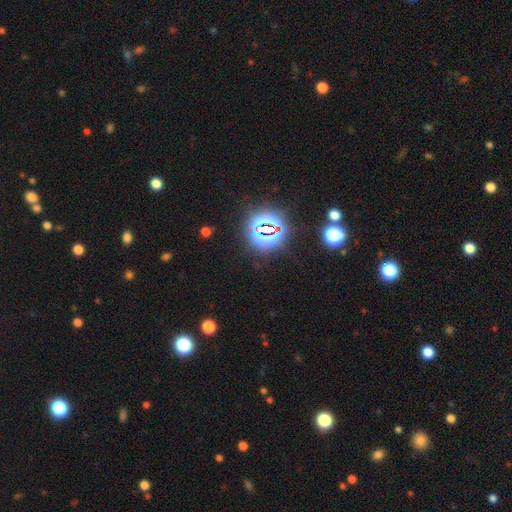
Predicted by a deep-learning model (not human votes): Smooth or featured?
  - star or artifact: 83% *
  - smooth: 11%
  - featured or disk: 6%